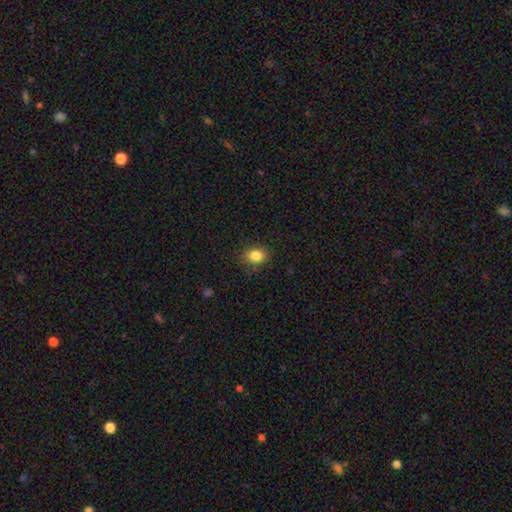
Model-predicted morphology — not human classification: type=smooth (84%); roundness=in between (53%); merging=none (84%).